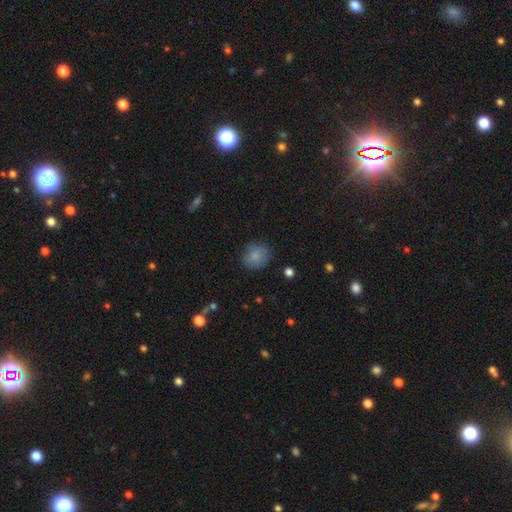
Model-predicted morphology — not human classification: Smooth or featured? Predicted: smooth (p=0.83). How rounded? Predicted: round (p=0.75). Merging? Predicted: none (p=0.79).